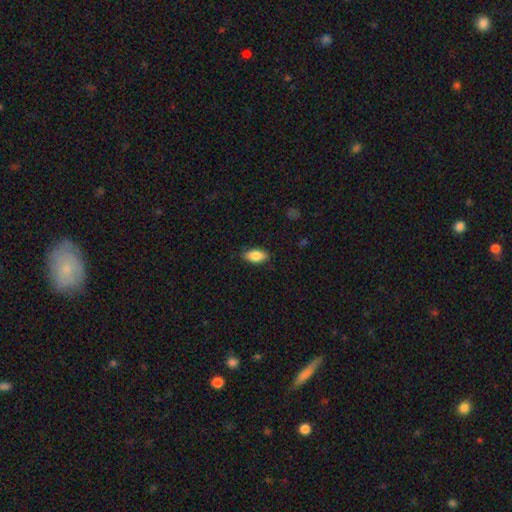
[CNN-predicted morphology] Q: Smooth or featured?
A: smooth (85%); runner-up: featured or disk (8%)
Q: How rounded?
A: in between (90%); runner-up: cigar-shaped (6%)
Q: Merging?
A: none (85%); runner-up: minor disturbance (12%)